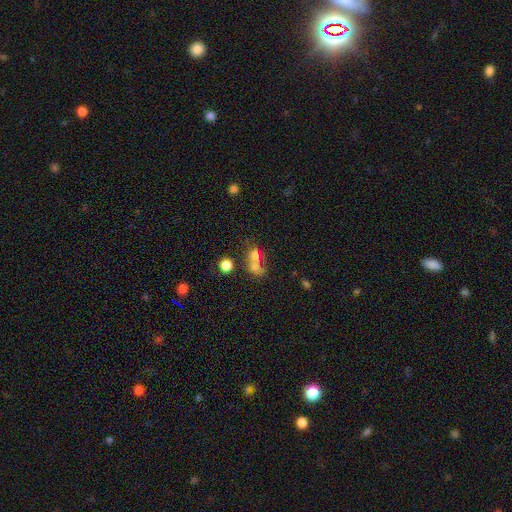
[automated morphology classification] Q: Smooth or featured?
A: smooth (61%); runner-up: featured or disk (20%)
Q: How rounded?
A: round (49%); runner-up: in between (48%)
Q: Merging?
A: merger (57%); runner-up: none (26%)